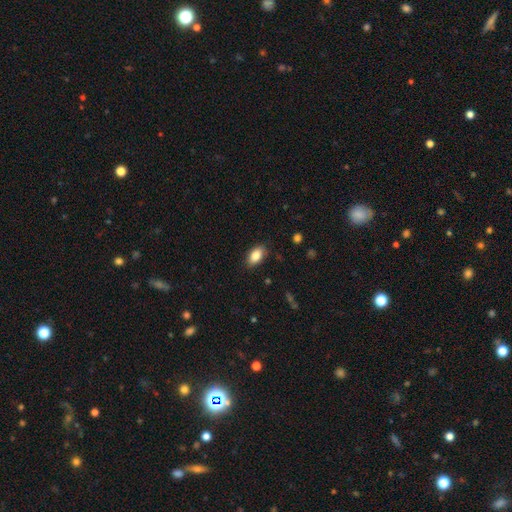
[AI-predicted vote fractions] The model was most divided on "merging": none: 85%, minor disturbance: 12%, major disturbance: 3%, merger: 1%. More confident: how rounded — in between (91%); smooth or featured — smooth (85%).